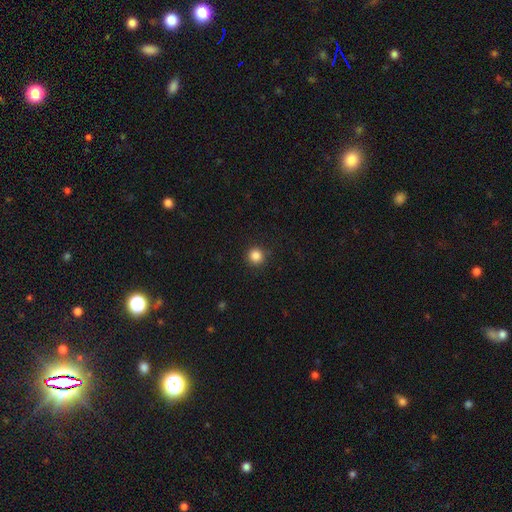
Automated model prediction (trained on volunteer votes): Q: Smooth or featured?
A: smooth (85%); runner-up: star or artifact (11%)
Q: How rounded?
A: round (95%); runner-up: in between (4%)
Q: Merging?
A: none (91%); runner-up: minor disturbance (6%)